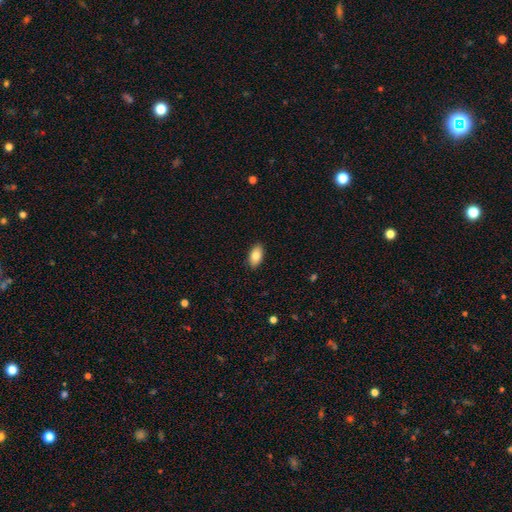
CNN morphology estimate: Smooth or featured: smooth — 82% (featured or disk — 11%)
How rounded: in between — 93% (round — 4%)
Merging: none — 89% (minor disturbance — 8%)